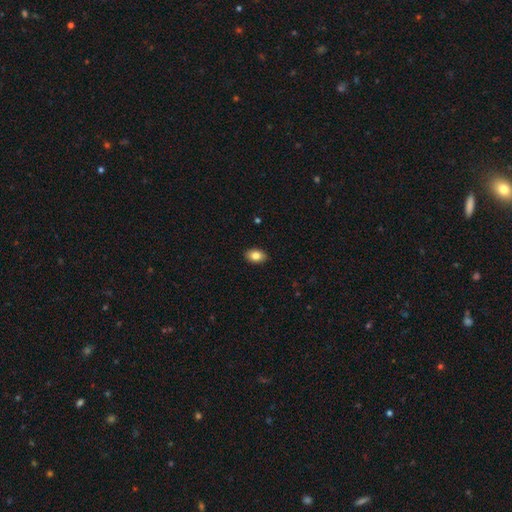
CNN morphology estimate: A smooth galaxy with no disk features (83%) that is in between round and cigar-shaped (87%).

Vote fractions:
- Smooth or featured? smooth: 83% / featured or disk: 9% / star or artifact: 8%
- How rounded? in between: 87% / round: 12% / cigar-shaped: 1%
- Merging? none: 90% / minor disturbance: 8% / major disturbance: 2% / merger: 1%